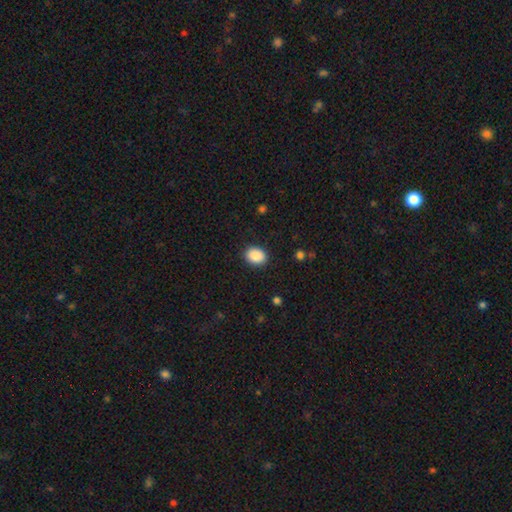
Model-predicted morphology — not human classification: A smooth galaxy with no disk features (90%) that is in between round and cigar-shaped (66%). Merging: none (89%).